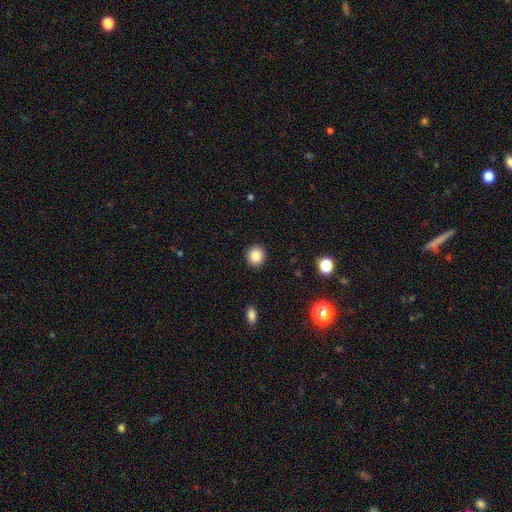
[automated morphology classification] Overall: smooth (85%). How rounded: round (90%). Merging: none (92%).